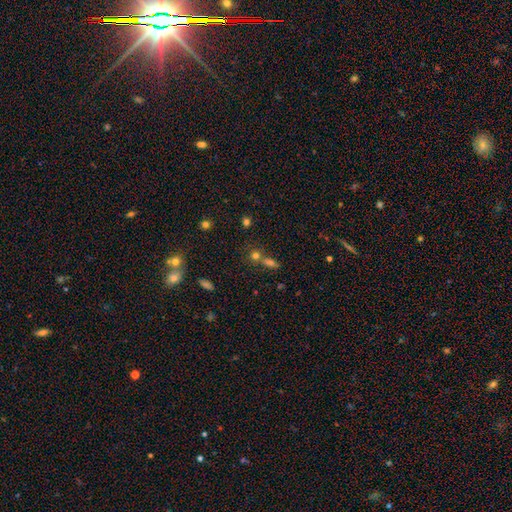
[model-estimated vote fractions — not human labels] Morphology: type=star or artifact (46%).